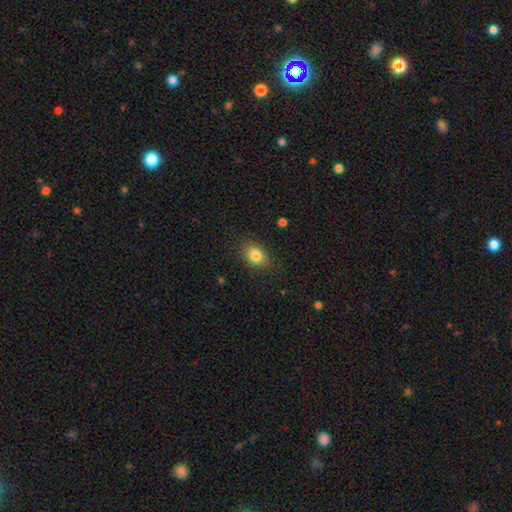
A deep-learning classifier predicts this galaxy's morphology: A smooth galaxy with no disk features (83%) that is in between round and cigar-shaped (64%).

Vote fractions:
- Smooth or featured? smooth: 83% / star or artifact: 10% / featured or disk: 7%
- How rounded? in between: 64% / round: 35% / cigar-shaped: 1%
- Merging? none: 83% / minor disturbance: 13% / major disturbance: 3% / merger: 1%